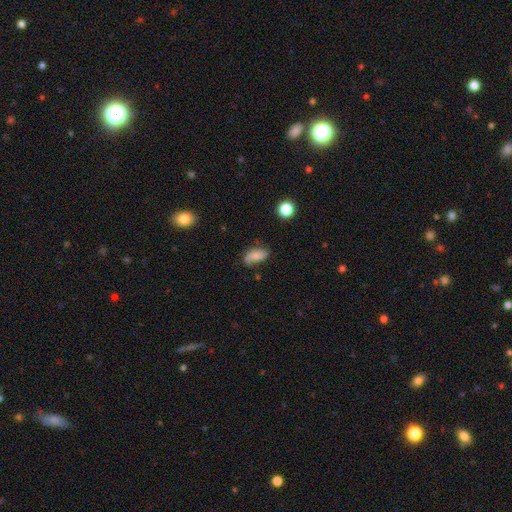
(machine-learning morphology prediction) Smooth or featured: smooth — 62% (featured or disk — 29%)
How rounded: in between — 90% (round — 6%)
Merging: none — 60% (minor disturbance — 28%)